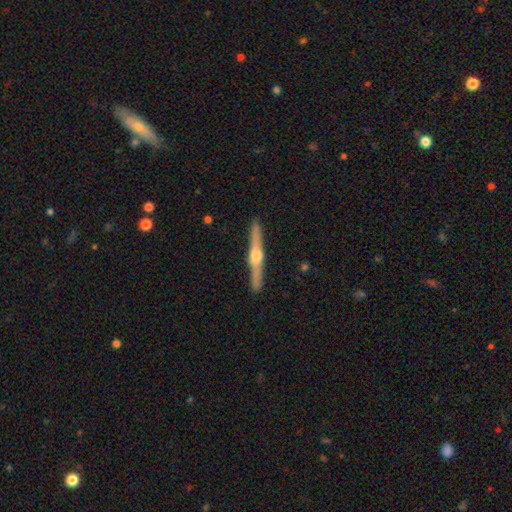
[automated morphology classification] Smooth or featured?
  - featured or disk: 80% *
  - smooth: 16%
  - star or artifact: 5%
Edge-on disk?
  - yes: 98% *
  - no: 2%
Edge-on bulge?
  - rounded: 95% *
  - boxy: 3%
  - none: 2%
Merging?
  - none: 92% *
  - minor disturbance: 6%
  - major disturbance: 1%
  - merger: 1%